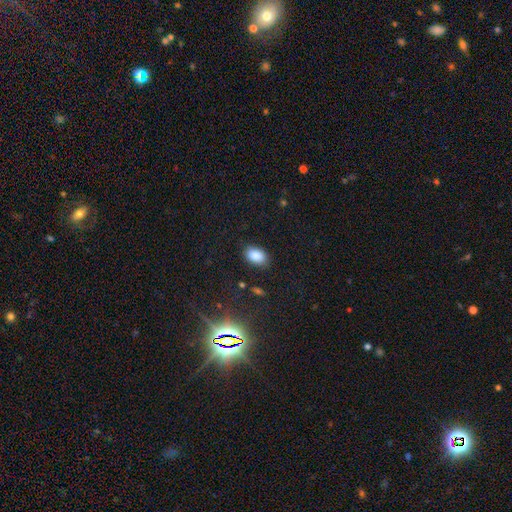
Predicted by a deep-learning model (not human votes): smooth 85%, star or artifact 9%, featured or disk 6%. Down the decision tree: how rounded — in between (89%); merging — none (86%).